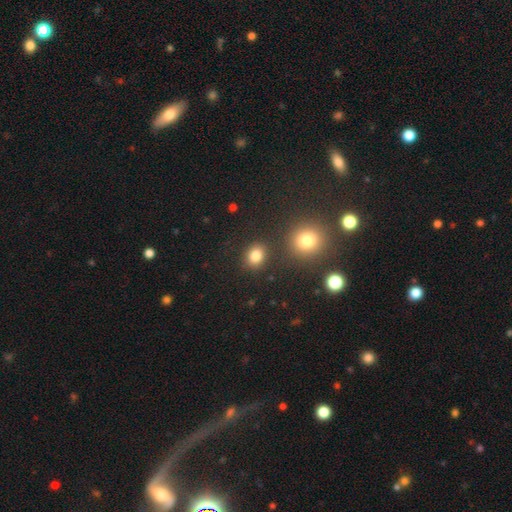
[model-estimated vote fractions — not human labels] A smooth galaxy with no disk features (81%) that is round (60%).

Vote fractions:
- Smooth or featured? smooth: 81% / star or artifact: 13% / featured or disk: 6%
- How rounded? round: 60% / in between: 39% / cigar-shaped: 1%
- Merging? none: 83% / minor disturbance: 8% / merger: 6% / major disturbance: 3%